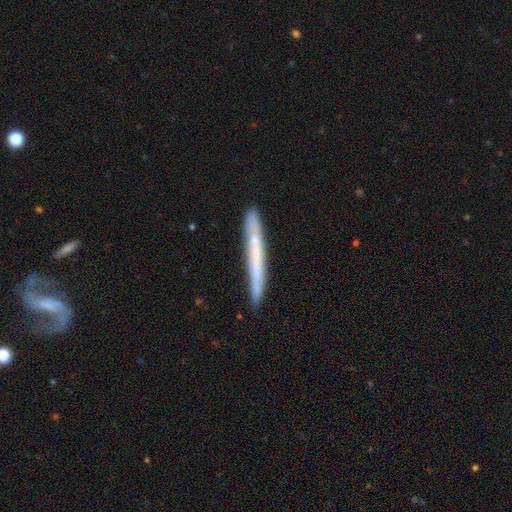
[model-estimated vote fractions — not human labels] The model was most divided on "smooth or featured": smooth: 50%, featured or disk: 43%, star or artifact: 6%. More confident: how rounded — cigar-shaped (97%); merging — none (86%).